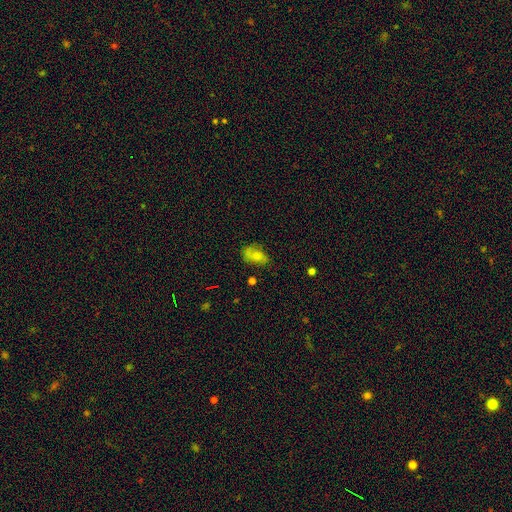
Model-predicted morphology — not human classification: smooth 63%, featured or disk 26%, star or artifact 12%. Down the decision tree: how rounded — in between (86%); merging — none (55%).